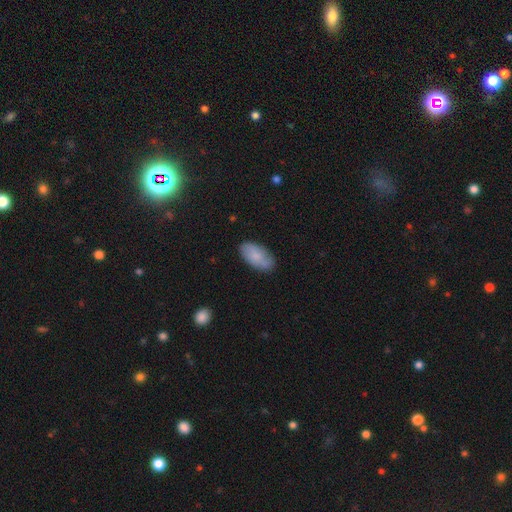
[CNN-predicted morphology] This appears to be a smooth galaxy with no disk features (78%) that is in between round and cigar-shaped (93%). Merging: none (77%).